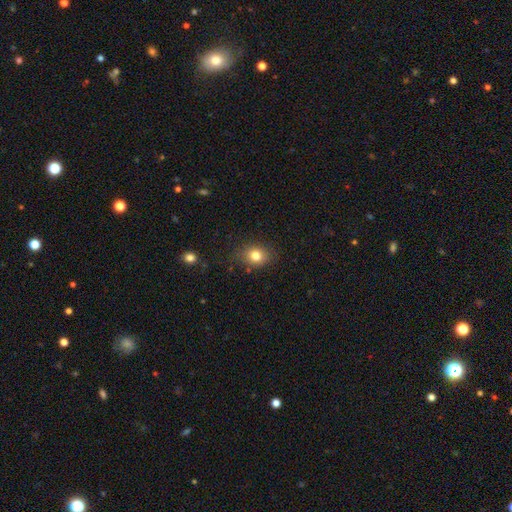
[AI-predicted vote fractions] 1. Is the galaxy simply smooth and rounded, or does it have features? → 79% smooth, 12% star or artifact, 9% featured or disk.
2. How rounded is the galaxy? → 50% round, 49% in between, 1% cigar-shaped.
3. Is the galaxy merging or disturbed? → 81% none, 14% minor disturbance, 4% major disturbance, 2% merger.